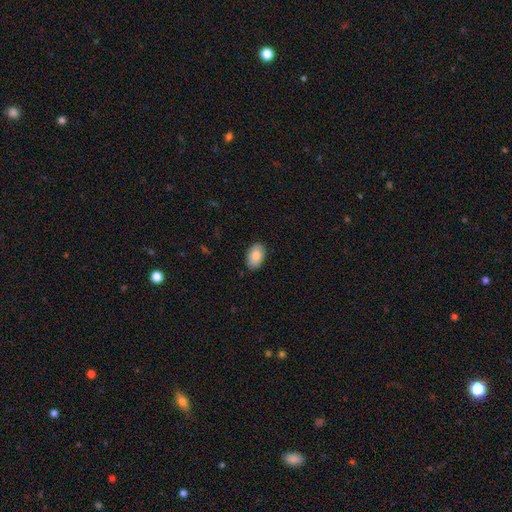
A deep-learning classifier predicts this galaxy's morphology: Smooth or featured? Predicted: smooth (p=0.85). How rounded? Predicted: in between (p=0.91). Merging? Predicted: none (p=0.87).